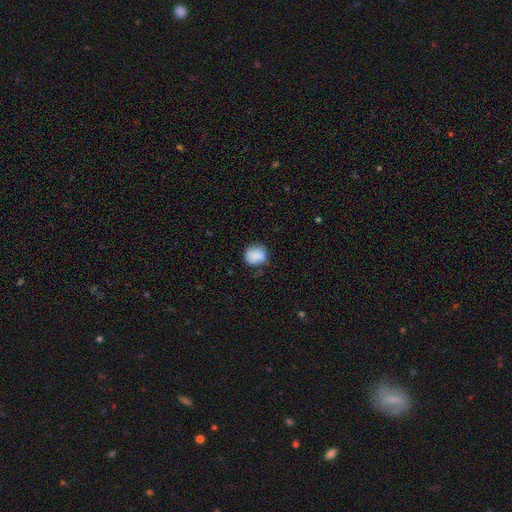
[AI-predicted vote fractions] Overall: smooth (86%). How rounded: round (75%). Merging: none (71%).